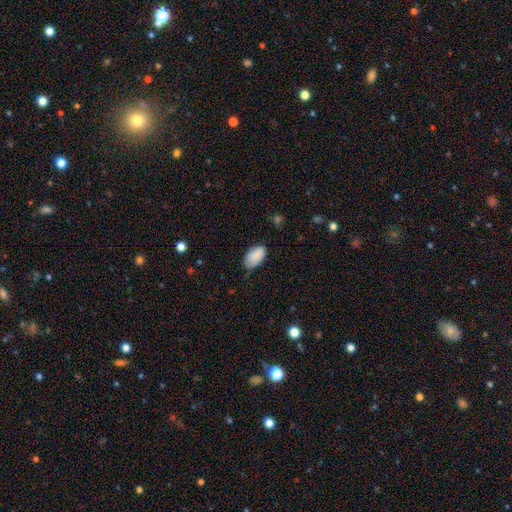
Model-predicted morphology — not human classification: smooth 88%, star or artifact 7%, featured or disk 6%. Down the decision tree: how rounded — in between (94%); merging — none (64%).